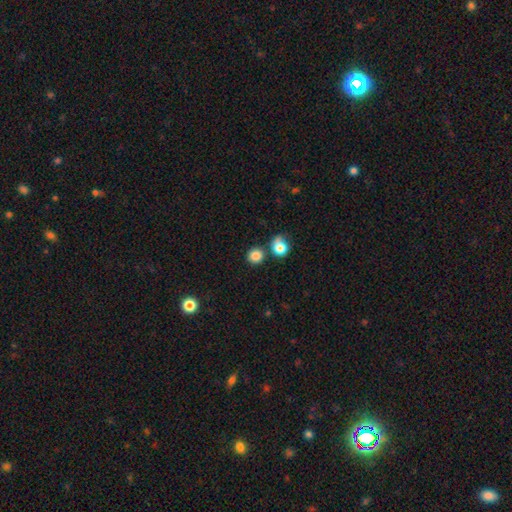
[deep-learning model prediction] Smooth or featured? Predicted: smooth (p=0.83). How rounded? Predicted: round (p=0.90). Merging? Predicted: none (p=0.76).